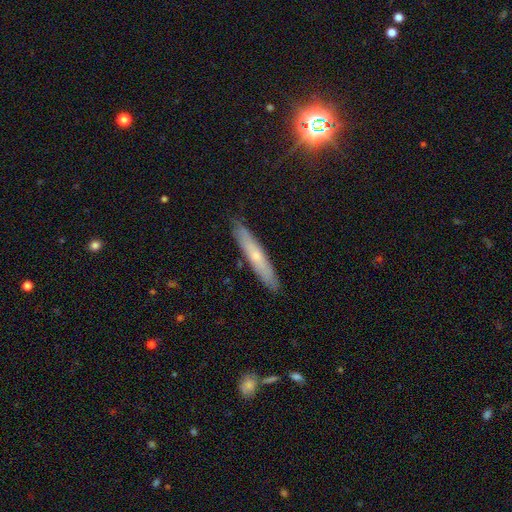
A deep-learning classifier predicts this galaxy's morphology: Smooth or featured?
  - smooth: 49% *
  - featured or disk: 43%
  - star or artifact: 8%
Merging?
  - none: 88% *
  - minor disturbance: 9%
  - major disturbance: 2%
  - merger: 1%